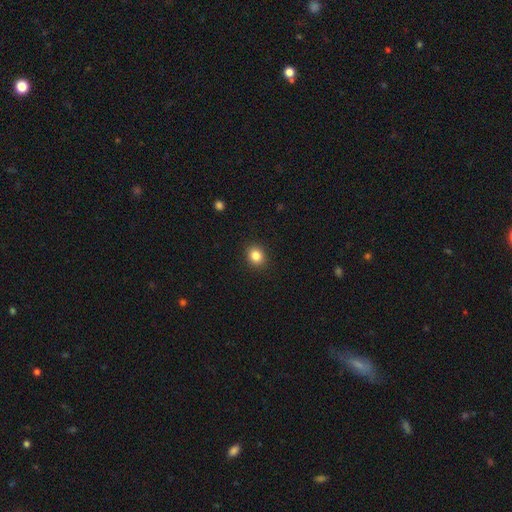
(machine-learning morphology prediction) type=smooth (85%); roundness=round (71%); merging=none (91%).